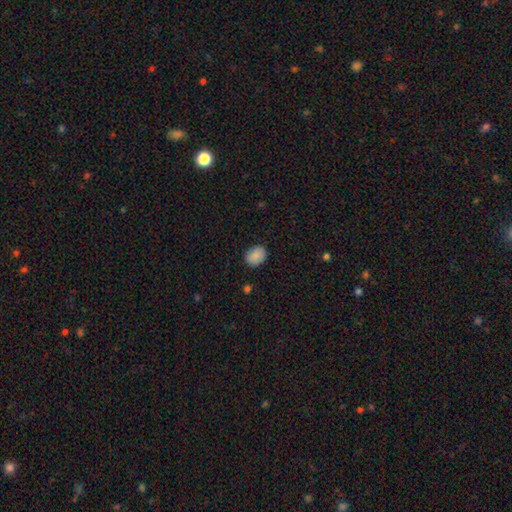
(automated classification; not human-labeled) smooth_or_featured: smooth (p=0.89) [alt: star or artifact p=0.08]
how_rounded: in between (p=0.64) [alt: round p=0.35]
merging: none (p=0.87) [alt: minor disturbance p=0.09]